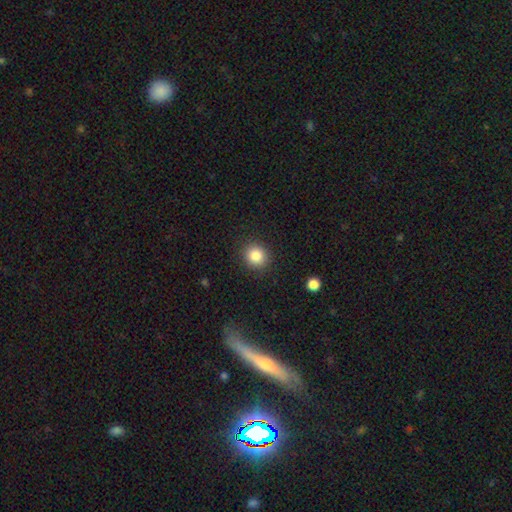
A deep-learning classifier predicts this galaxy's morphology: Smooth or featured? smooth (85%)
How rounded? round (86%)
Merging? none (90%)